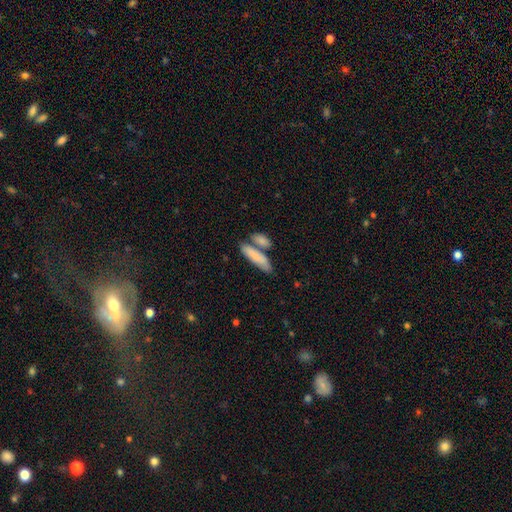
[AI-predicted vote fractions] This appears to be a smooth galaxy with no disk features (80%) that is cigar-shaped (58%). Merging: none (53%).